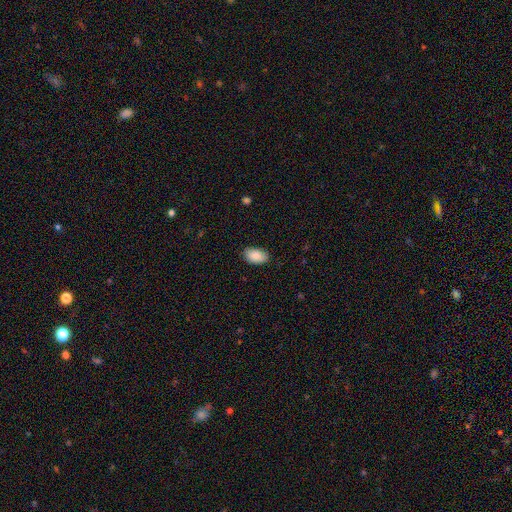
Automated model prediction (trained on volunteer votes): Smooth or featured?
  - smooth: 88% *
  - star or artifact: 7%
  - featured or disk: 6%
How rounded?
  - in between: 93% *
  - round: 5%
  - cigar-shaped: 1%
Merging?
  - none: 85% *
  - minor disturbance: 12%
  - major disturbance: 2%
  - merger: 1%